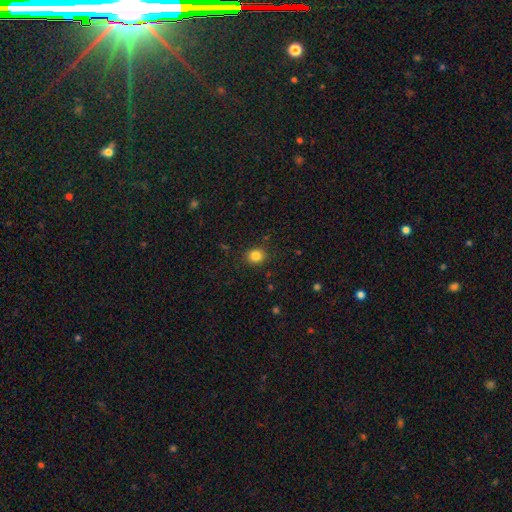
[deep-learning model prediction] A smooth galaxy with no disk features (84%) that is round (71%).

Vote fractions:
- Smooth or featured? smooth: 84% / star or artifact: 11% / featured or disk: 5%
- How rounded? round: 71% / in between: 28% / cigar-shaped: 1%
- Merging? none: 87% / minor disturbance: 9% / major disturbance: 3% / merger: 1%